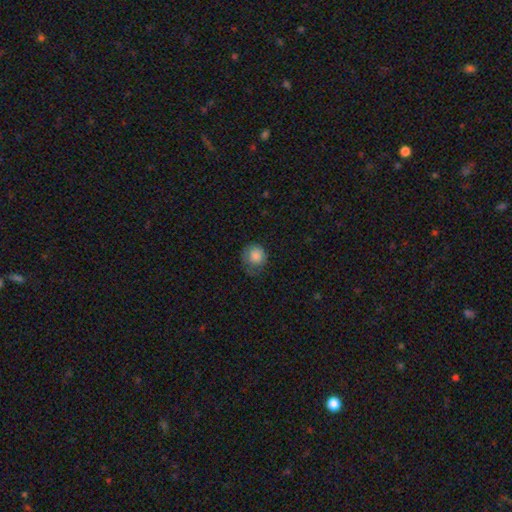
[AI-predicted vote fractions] smooth_or_featured: smooth (p=0.83) [alt: featured or disk p=0.09]
how_rounded: round (p=0.83) [alt: in between p=0.16]
merging: none (p=0.53) [alt: minor disturbance p=0.31]